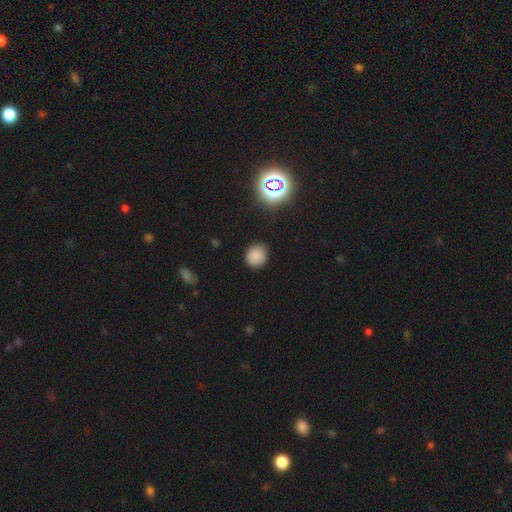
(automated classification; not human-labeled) The model was most divided on "smooth or featured": smooth: 81%, star or artifact: 14%, featured or disk: 4%. More confident: merging — none (88%); how rounded — round (84%).